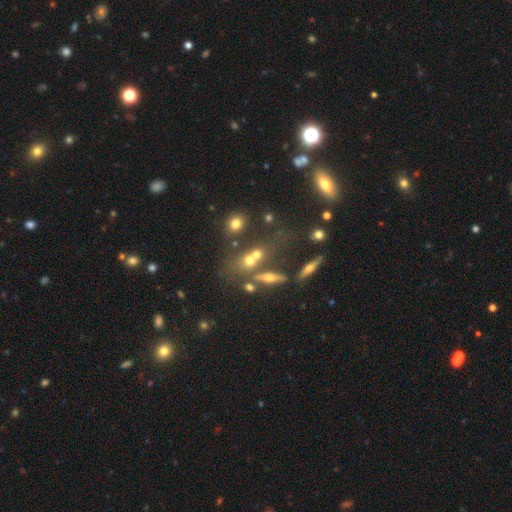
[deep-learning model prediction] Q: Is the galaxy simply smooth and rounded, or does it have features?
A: smooth — 46%.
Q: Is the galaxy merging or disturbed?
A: none — 41%.